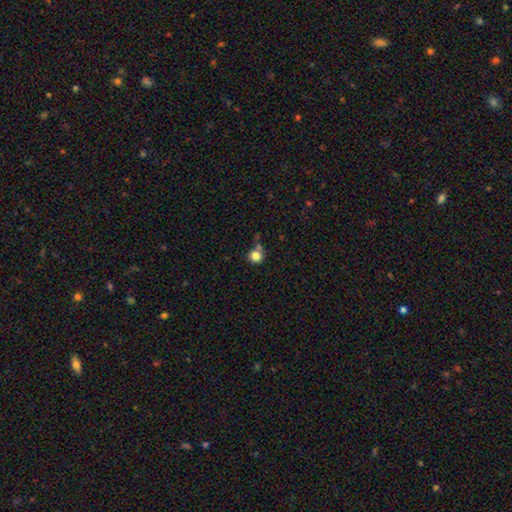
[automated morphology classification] Smooth or featured?
  - smooth: 82% *
  - star or artifact: 12%
  - featured or disk: 7%
How rounded?
  - round: 92% *
  - in between: 7%
  - cigar-shaped: 1%
Merging?
  - none: 65% *
  - merger: 17%
  - minor disturbance: 13%
  - major disturbance: 4%